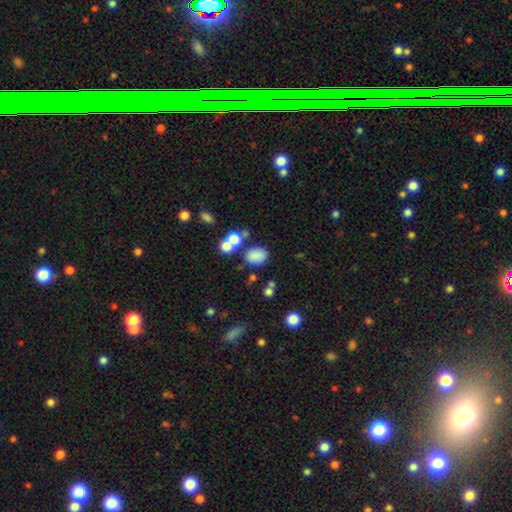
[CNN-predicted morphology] Smooth or featured? Predicted: smooth (p=0.79). How rounded? Predicted: in between (p=0.64). Merging? Predicted: none (p=0.67).